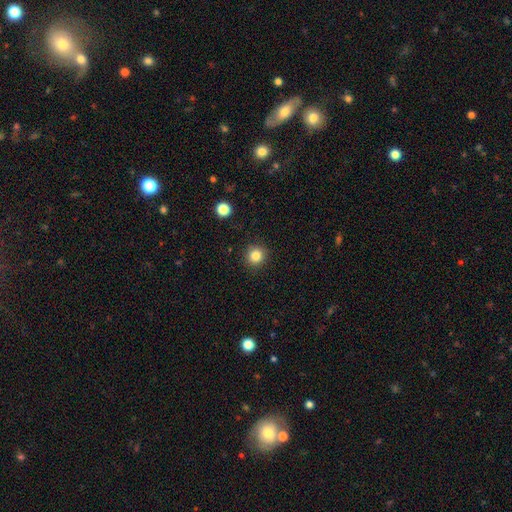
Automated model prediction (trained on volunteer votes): This appears to be a smooth galaxy with no disk features (83%) that is round (93%). Merging: none (91%).